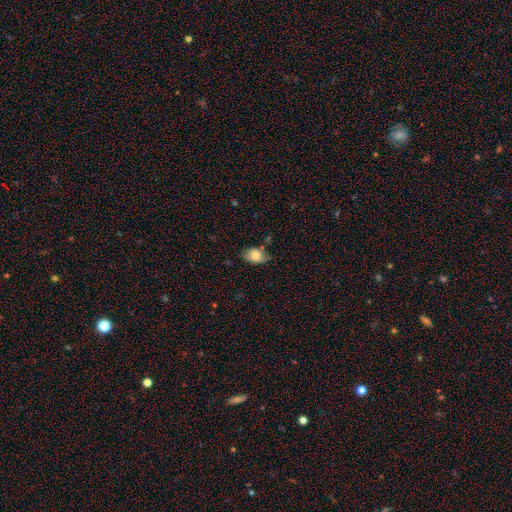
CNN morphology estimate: smooth-or-featured: smooth: 76% | featured or disk: 16% | star or artifact: 8%
  how-rounded: in between: 85% | round: 14% | cigar-shaped: 2%
  merging: none: 66% | minor disturbance: 26% | major disturbance: 5% | merger: 3%